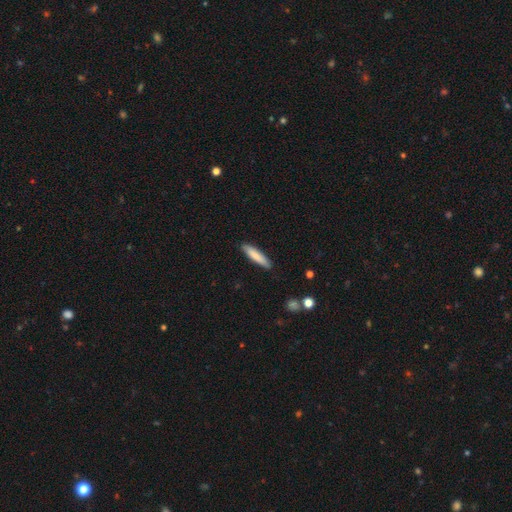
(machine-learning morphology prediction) This is likely a smooth galaxy (80%). How rounded: clearly cigar-shaped (85%). Merging: clearly none (87%).